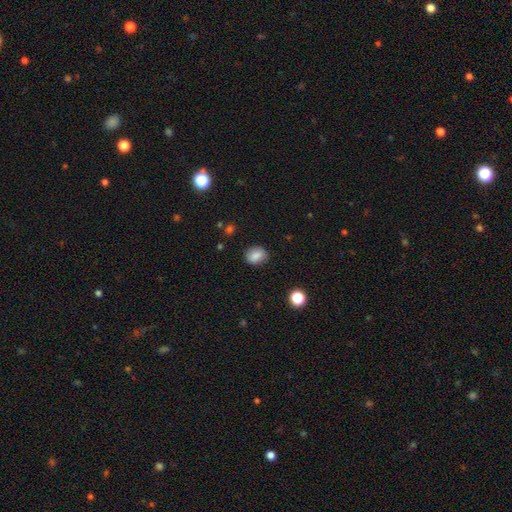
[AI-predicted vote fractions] A smooth galaxy with no disk features (82%) that is in between round and cigar-shaped (51%). Merging: none (81%).